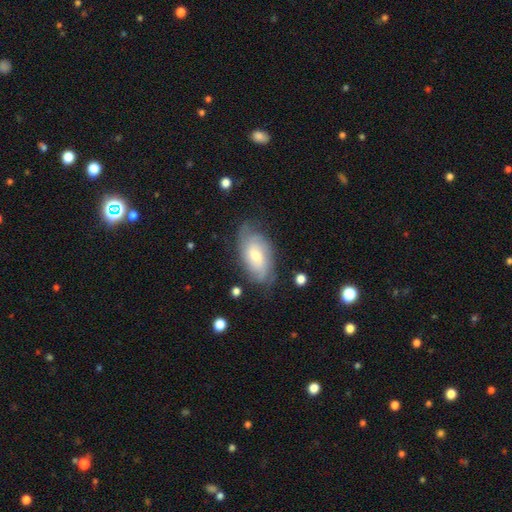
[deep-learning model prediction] This is likely a featured or disk galaxy (60%). It is clearly not viewed edge-on (92%). Bar: likely no (60%). Spiral arm pattern: clearly yes (86%). Central bulge: possibly moderate (53%). Merging: likely none (70%).